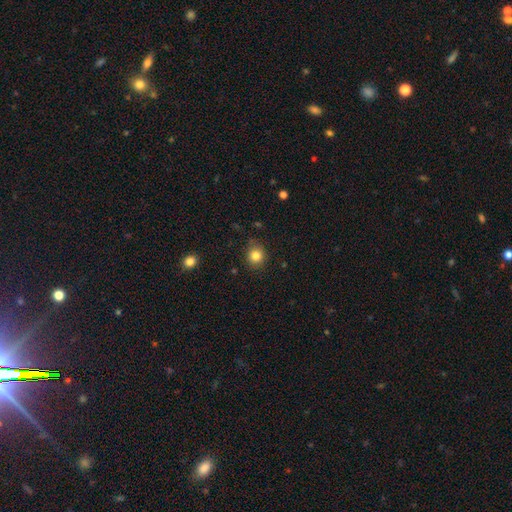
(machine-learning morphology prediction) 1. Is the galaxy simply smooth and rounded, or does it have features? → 83% smooth, 11% star or artifact, 6% featured or disk.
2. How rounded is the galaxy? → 81% round, 18% in between, 1% cigar-shaped.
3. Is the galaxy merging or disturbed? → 82% none, 14% minor disturbance, 3% major disturbance, 2% merger.